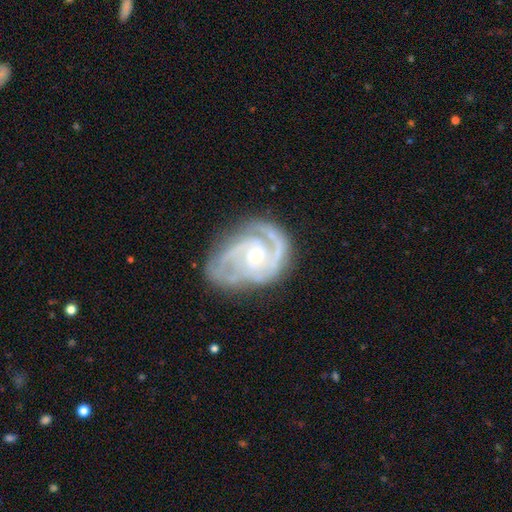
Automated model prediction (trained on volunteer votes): smooth_or_featured: featured or disk (p=0.90) [alt: smooth p=0.05]
disk_edge_on: no (p=0.98) [alt: yes p=0.02]
bar: no (p=0.67) [alt: weak p=0.26]
has_spiral_arms: yes (p=0.97) [alt: no p=0.03]
spiral_winding: tight (p=0.52) [alt: medium p=0.41]
spiral_arm_count: 2 (p=0.59) [alt: 3 p=0.20]
bulge_size: small (p=0.64) [alt: moderate p=0.32]
merging: none (p=0.66) [alt: minor disturbance p=0.21]